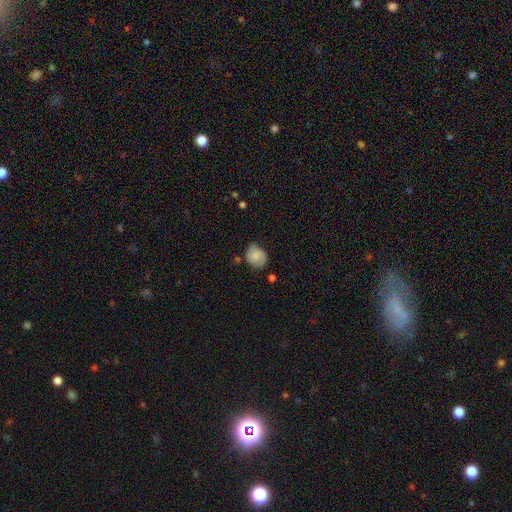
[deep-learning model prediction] Q: Smooth or featured?
A: smooth (47%); runner-up: featured or disk (44%)
Q: Merging?
A: none (67%); runner-up: minor disturbance (23%)